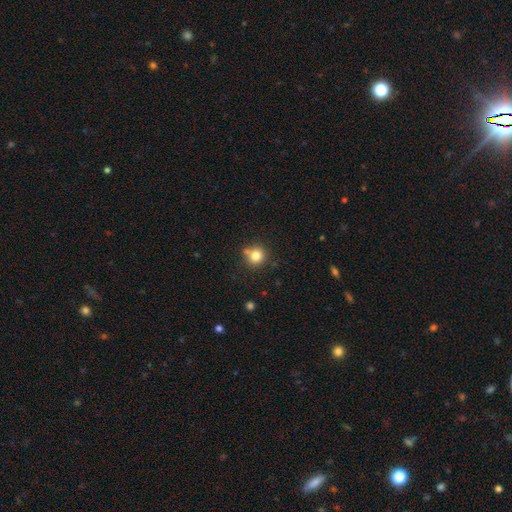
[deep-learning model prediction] Smooth or featured? Predicted: smooth (p=0.80). How rounded? Predicted: round (p=0.90). Merging? Predicted: none (p=0.72).